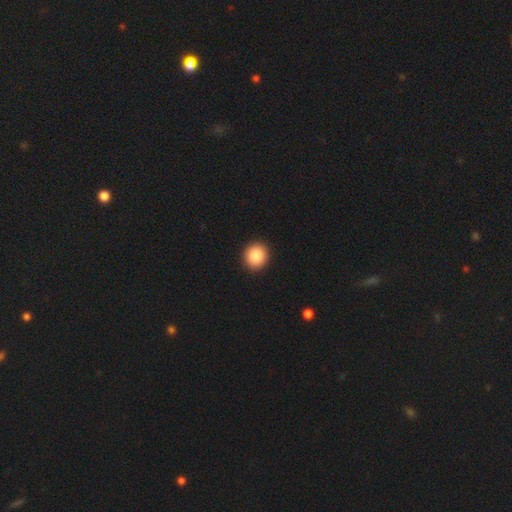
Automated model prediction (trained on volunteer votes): This appears to be a smooth galaxy with no disk features (88%) that is round (86%). Merging: none (93%).